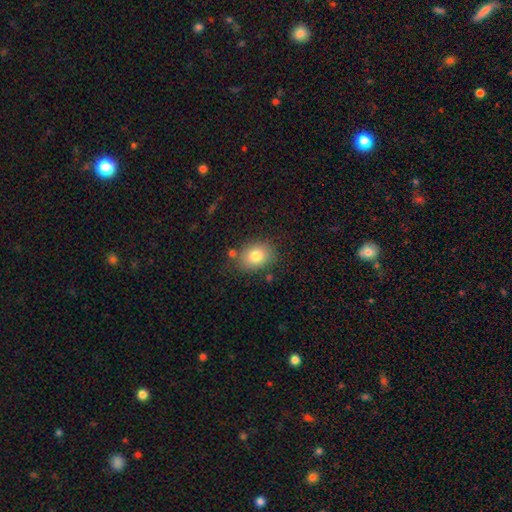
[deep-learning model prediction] Morphology: type=smooth (81%); roundness=in between (65%); merging=none (78%).